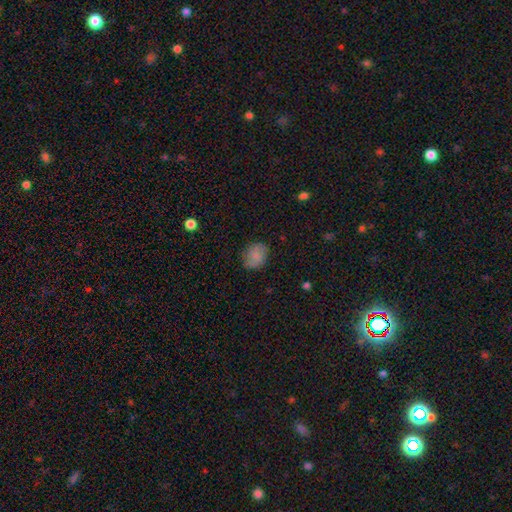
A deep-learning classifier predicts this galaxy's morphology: Smooth or featured? Predicted: smooth (p=0.72). How rounded? Predicted: round (p=0.51). Merging? Predicted: none (p=0.79).